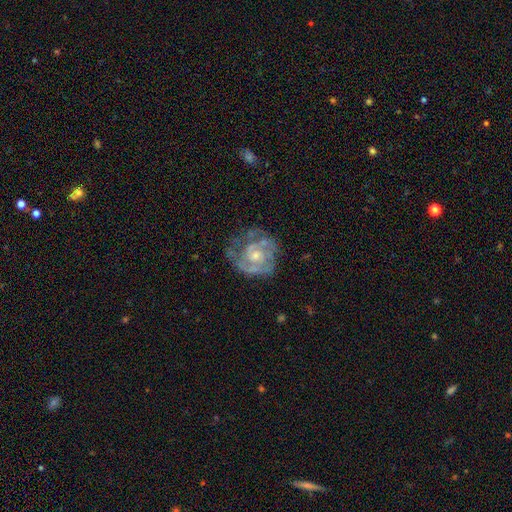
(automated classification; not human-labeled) A featured or disk galaxy (82%) with no bar (74%), 2 (41%) tight (56%) spiral arms (86%) and a small central bulge (48%). Merging: none (59%).